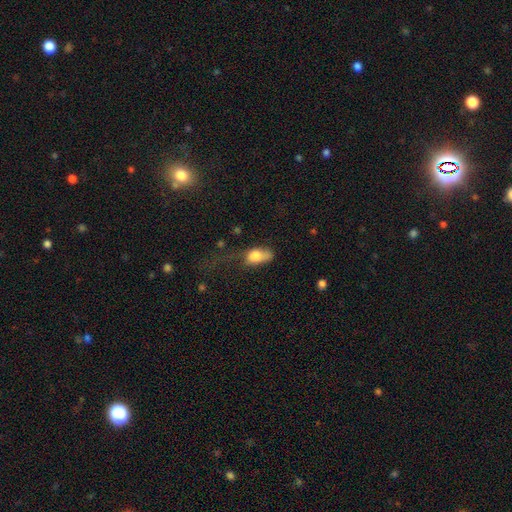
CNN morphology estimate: Smooth or featured? smooth (78%)
How rounded? in between (86%)
Merging? major disturbance (43%)